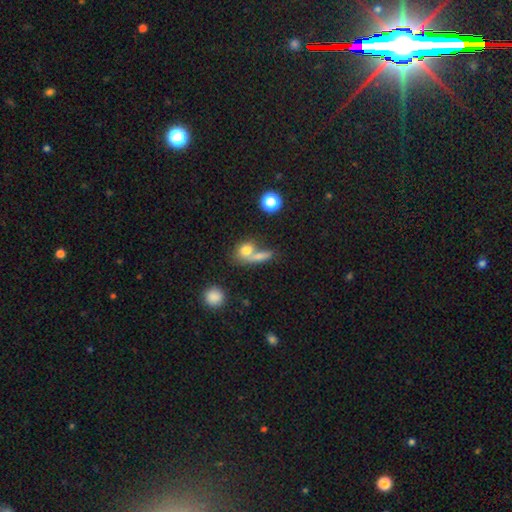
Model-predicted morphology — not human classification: A smooth galaxy with no disk features (71%) that is in between round and cigar-shaped (45%). Merging: merger (48%).